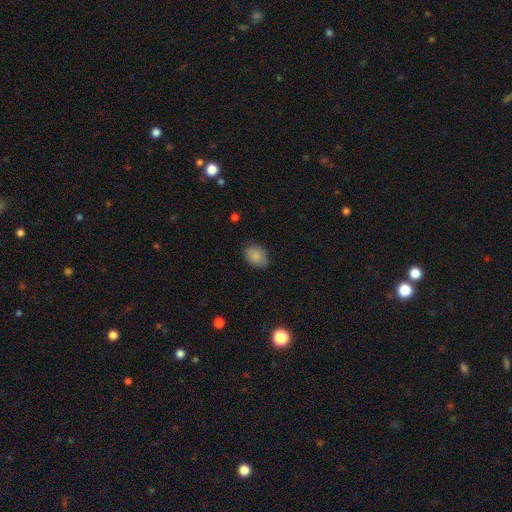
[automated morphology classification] A smooth galaxy with no disk features (84%) that is in between round and cigar-shaped (72%). Merging: none (79%).